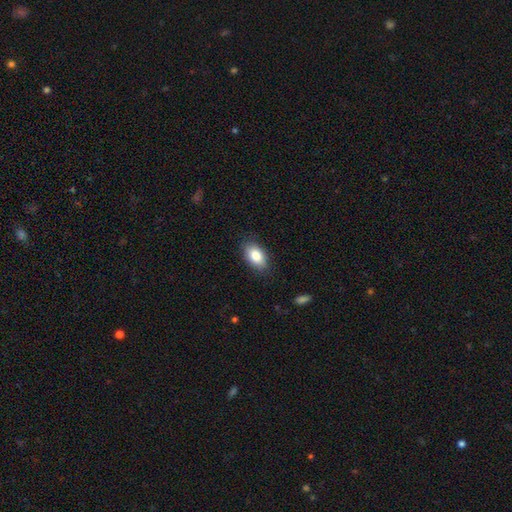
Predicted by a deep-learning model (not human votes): Smooth or featured? smooth (84%)
How rounded? in between (91%)
Merging? none (85%)